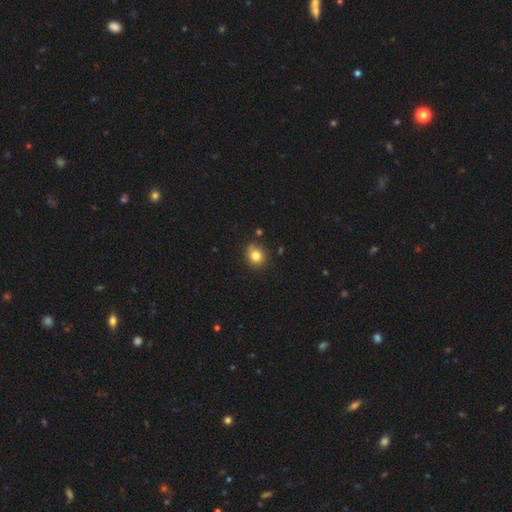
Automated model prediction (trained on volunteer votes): Smooth or featured? Predicted: smooth (p=0.81). How rounded? Predicted: round (p=0.76). Merging? Predicted: none (p=0.78).